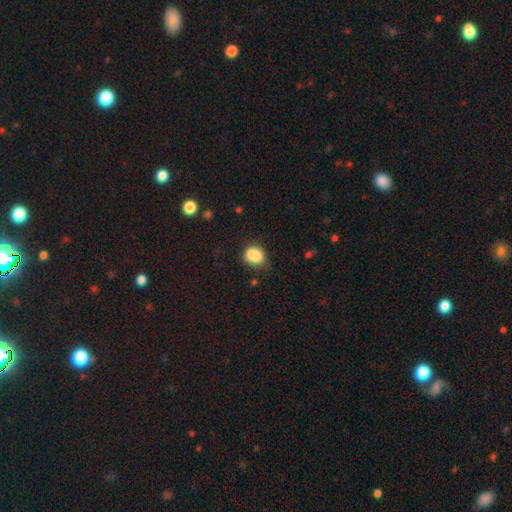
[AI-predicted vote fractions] The model was most divided on "how rounded": round: 57%, in between: 42%, cigar-shaped: 1%. More confident: smooth or featured — smooth (81%); merging — none (53%).